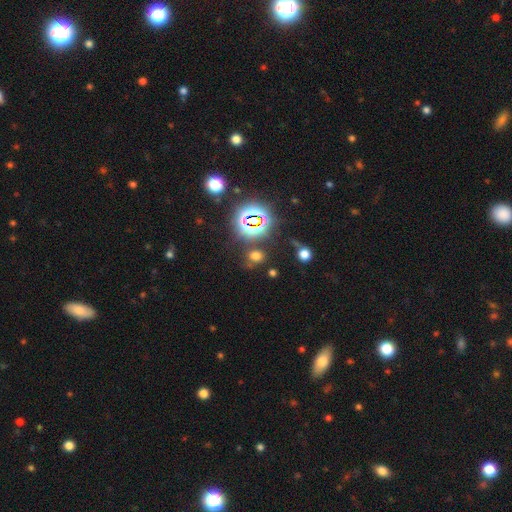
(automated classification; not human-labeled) Overall: smooth (53%; star or artifact 40%). How rounded: round (57%; in between 41%). Merging: none (75%).